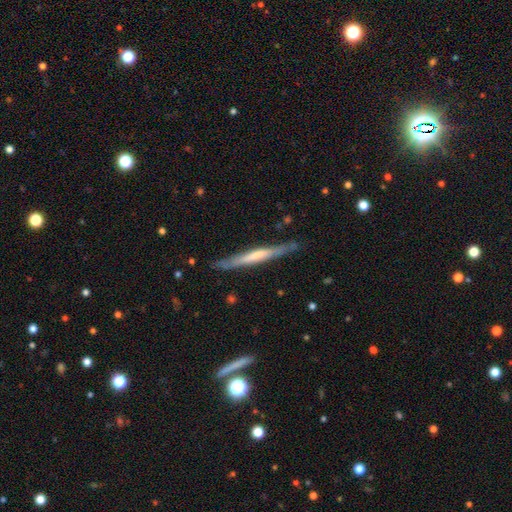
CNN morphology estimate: featured or disk 55%, smooth 40%, star or artifact 5%. Down the decision tree: edge-on disk — yes (94%); edge-on bulge — none (57%); merging — none (82%).